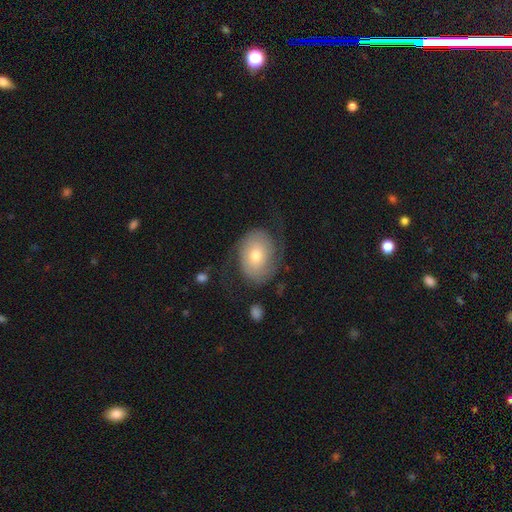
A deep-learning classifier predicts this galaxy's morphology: A featured or disk galaxy (63%) with no bar (75%), 2 (82%) medium (36%) spiral arms (85%) and a moderate central bulge (56%).

Vote fractions:
- Smooth or featured? featured or disk: 63% / smooth: 30% / star or artifact: 7%
- Edge-on disk? no: 96% / yes: 4%
- Bar? no: 75% / weak: 20% / strong: 5%
- Spiral arms? yes: 85% / no: 15%
- Spiral winding? medium: 36% / loose: 35% / tight: 30%
- Spiral arm count? 2: 82% / can't tell: 9% / 1: 5% / 3: 2% / 4: 1% / more than 4: 1%
- Bulge size? moderate: 56% / small: 36% / large: 5% / dominant: 2% / none: 1%
- Merging? none: 62% / major disturbance: 19% / minor disturbance: 17% / merger: 2%